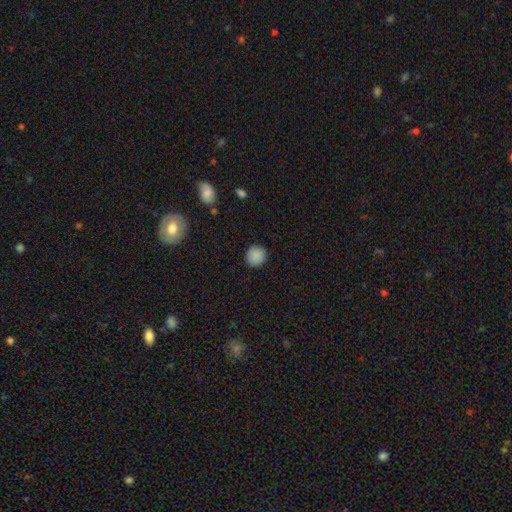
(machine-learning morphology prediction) Overall: smooth (88%). How rounded: round (93%). Merging: none (90%).